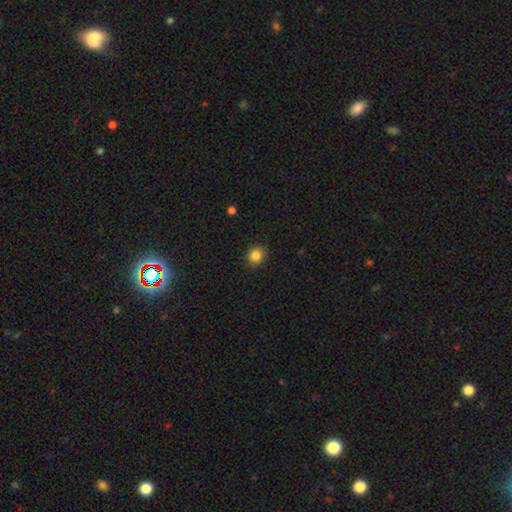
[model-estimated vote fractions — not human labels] smooth_or_featured: smooth (p=0.86) [alt: star or artifact p=0.10]
how_rounded: round (p=0.65) [alt: in between p=0.34]
merging: none (p=0.88) [alt: minor disturbance p=0.09]